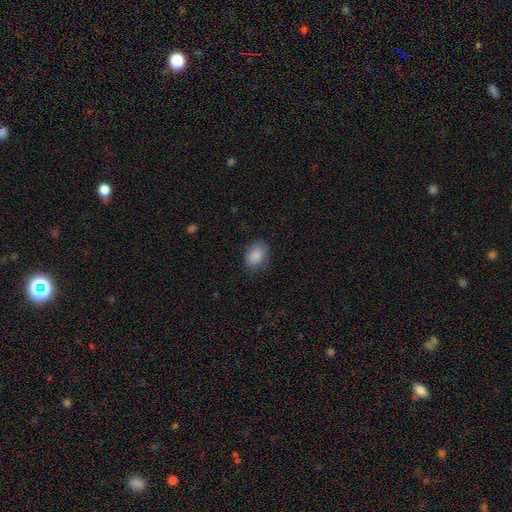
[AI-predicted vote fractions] This appears to be a smooth galaxy with no disk features (89%) that is in between round and cigar-shaped (79%). Merging: none (81%).